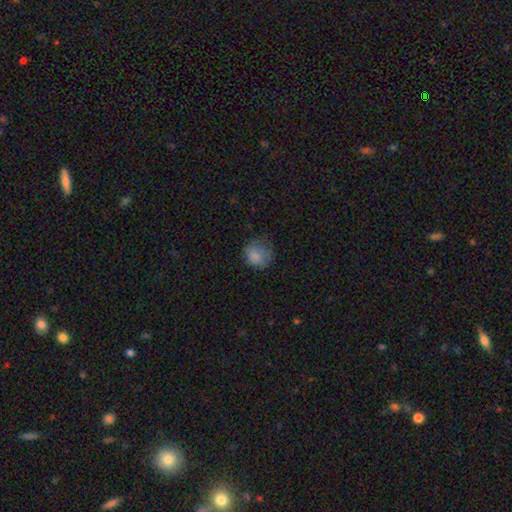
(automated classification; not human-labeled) Morphology: type=smooth (82%); roundness=round (81%); merging=none (61%).